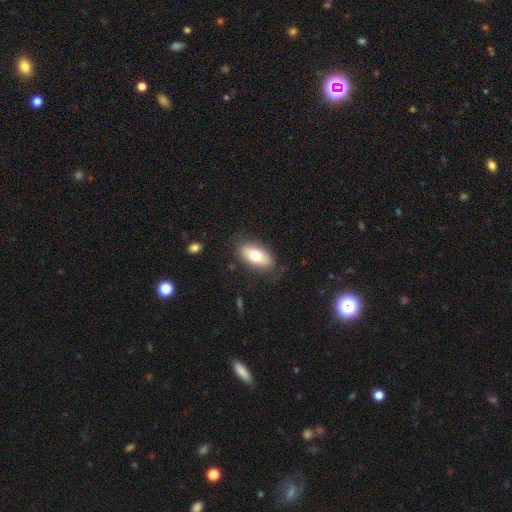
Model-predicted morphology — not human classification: Smooth or featured?
  - smooth: 73% *
  - featured or disk: 20%
  - star or artifact: 7%
How rounded?
  - in between: 91% *
  - round: 5%
  - cigar-shaped: 4%
Merging?
  - none: 81% *
  - minor disturbance: 14%
  - major disturbance: 4%
  - merger: 1%